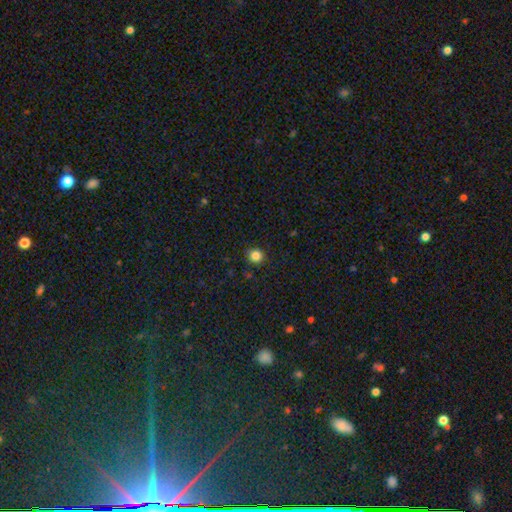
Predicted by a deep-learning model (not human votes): smooth 84%, star or artifact 12%, featured or disk 4%. Down the decision tree: how rounded — round (91%); merging — none (90%).